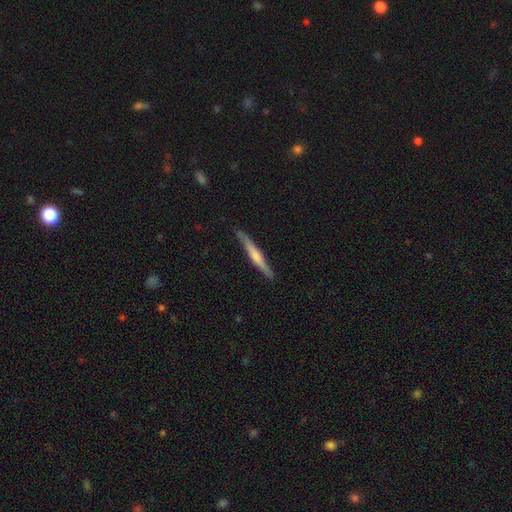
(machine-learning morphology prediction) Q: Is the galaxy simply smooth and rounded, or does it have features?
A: featured or disk — 54%.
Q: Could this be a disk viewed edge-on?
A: yes — 96%.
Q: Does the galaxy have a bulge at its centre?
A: rounded — 50%.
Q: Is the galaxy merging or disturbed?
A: none — 87%.